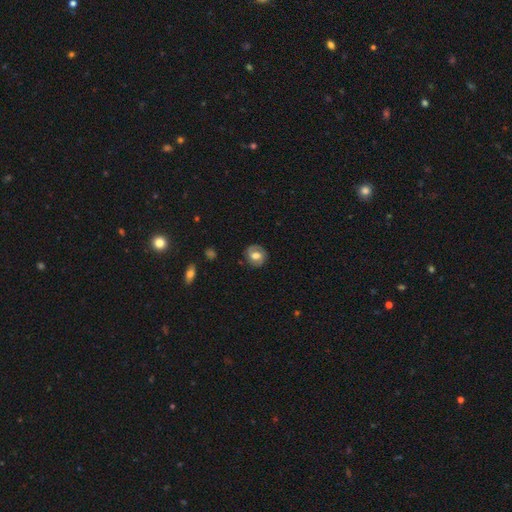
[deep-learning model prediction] Q: Smooth or featured?
A: featured or disk (48%); runner-up: smooth (45%)
Q: Merging?
A: none (82%); runner-up: minor disturbance (13%)